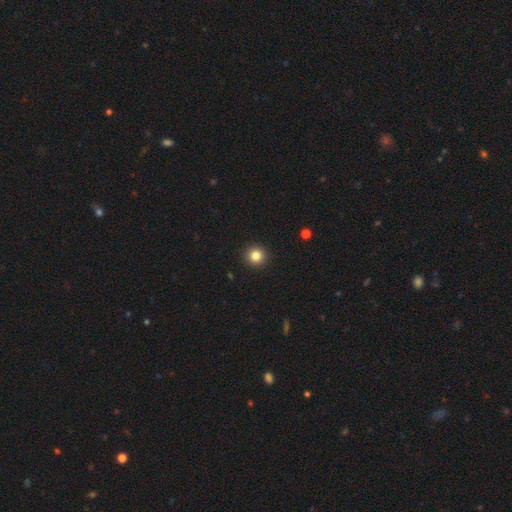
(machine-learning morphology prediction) Smooth or featured? Predicted: smooth (p=0.83). How rounded? Predicted: round (p=0.95). Merging? Predicted: none (p=0.93).